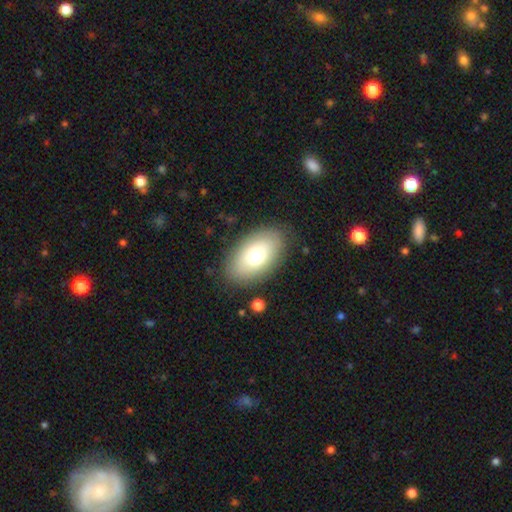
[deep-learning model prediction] Smooth or featured?
  - smooth: 75% *
  - featured or disk: 18%
  - star or artifact: 7%
How rounded?
  - in between: 93% *
  - round: 6%
  - cigar-shaped: 2%
Merging?
  - none: 84% *
  - minor disturbance: 11%
  - major disturbance: 4%
  - merger: 1%